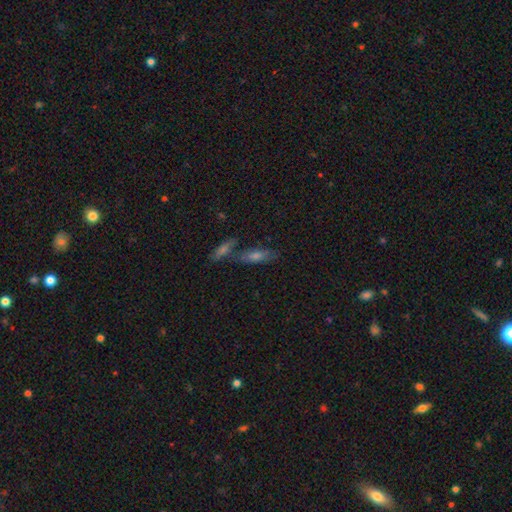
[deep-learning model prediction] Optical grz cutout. It shows a smooth galaxy with no disk features (50%). Merging: none (54%).